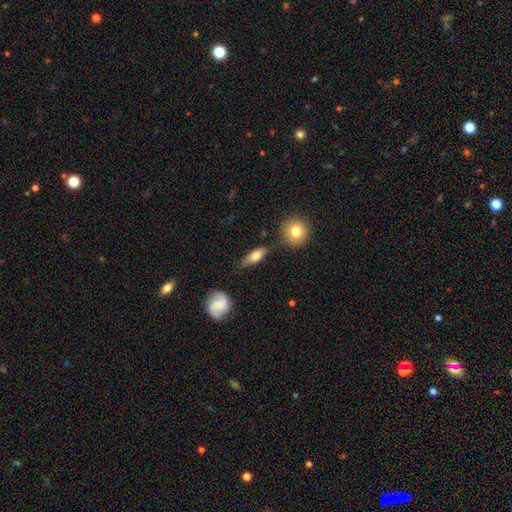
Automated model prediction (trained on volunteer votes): Overall: smooth (65%; featured or disk 28%). How rounded: in between (62%; cigar-shaped 31%). Merging: none (71%).